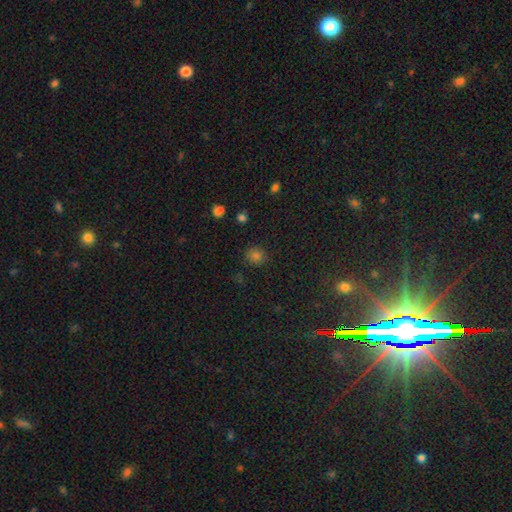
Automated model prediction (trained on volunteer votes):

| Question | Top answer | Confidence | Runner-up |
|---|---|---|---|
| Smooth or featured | smooth | 73% | star or artifact (21%) |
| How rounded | round | 86% | in between (13%) |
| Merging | none | 85% | minor disturbance (10%) |